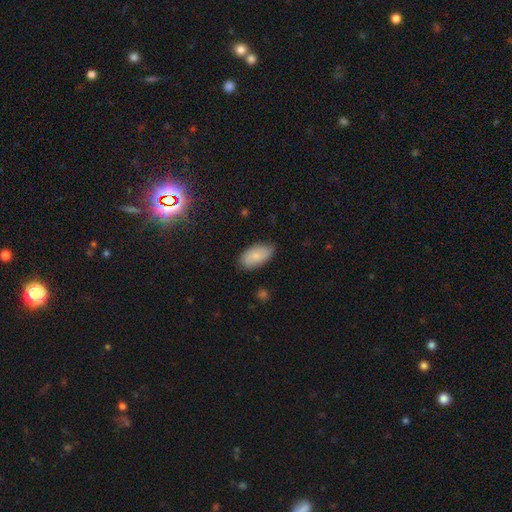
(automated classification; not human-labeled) Overall: smooth (77%). How rounded: in between (94%). Merging: none (80%).